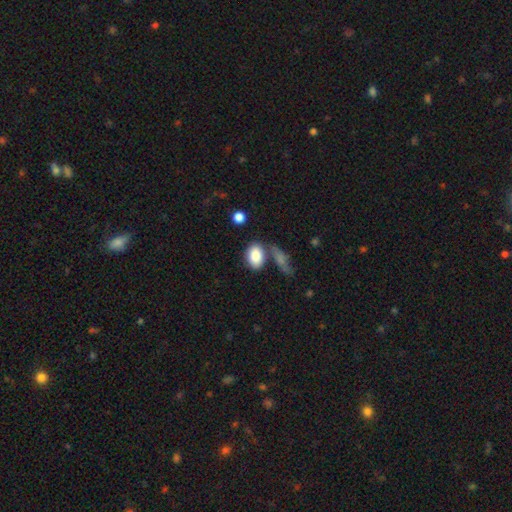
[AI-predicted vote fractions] Smooth or featured? smooth (85%)
How rounded? in between (84%)
Merging? none (54%)